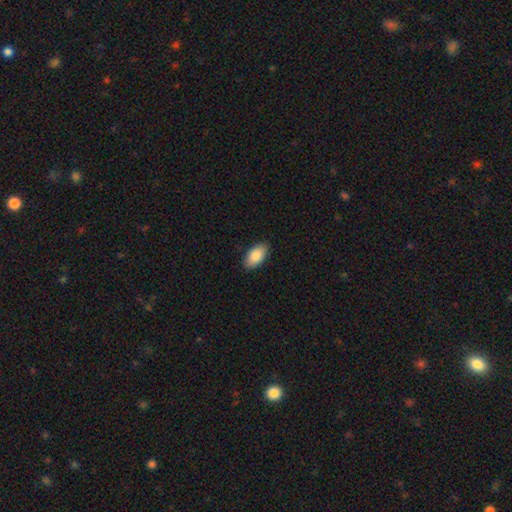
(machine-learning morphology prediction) The model was most divided on "smooth or featured": smooth: 86%, featured or disk: 8%, star or artifact: 6%. More confident: how rounded — in between (95%); merging — none (89%).